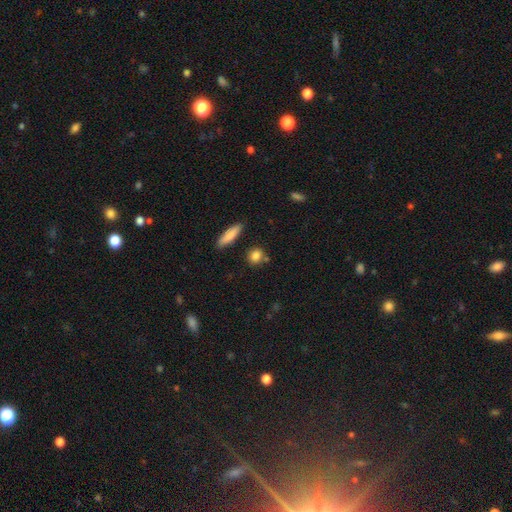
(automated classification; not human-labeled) Smooth or featured?
  - smooth: 83% *
  - star or artifact: 9%
  - featured or disk: 8%
How rounded?
  - round: 64% *
  - in between: 27%
  - cigar-shaped: 8%
Merging?
  - none: 75% *
  - minor disturbance: 12%
  - merger: 10%
  - major disturbance: 3%